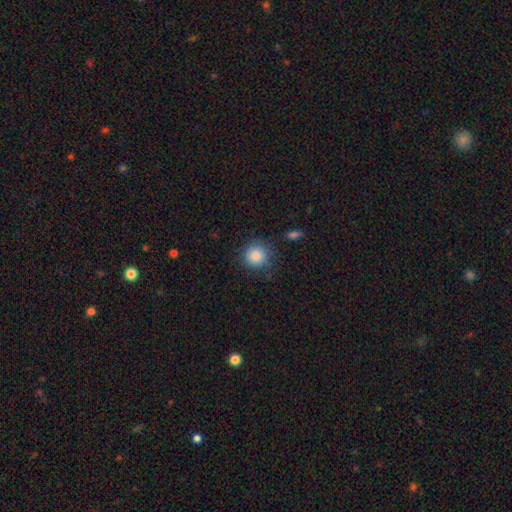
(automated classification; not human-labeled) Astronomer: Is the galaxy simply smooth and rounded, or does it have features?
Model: smooth — 85%.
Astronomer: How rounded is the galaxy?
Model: round — 92%.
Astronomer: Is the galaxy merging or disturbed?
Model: none — 78%.